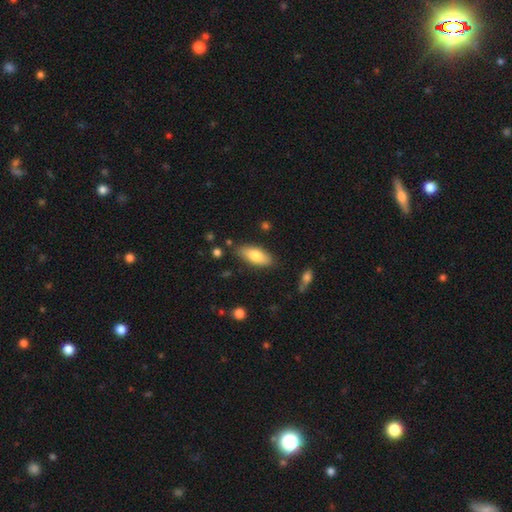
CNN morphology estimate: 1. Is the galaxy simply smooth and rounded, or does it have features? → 76% smooth, 18% featured or disk, 6% star or artifact.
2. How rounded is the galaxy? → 79% in between, 19% cigar-shaped, 2% round.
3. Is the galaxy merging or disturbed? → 81% none, 14% minor disturbance, 3% major disturbance, 2% merger.